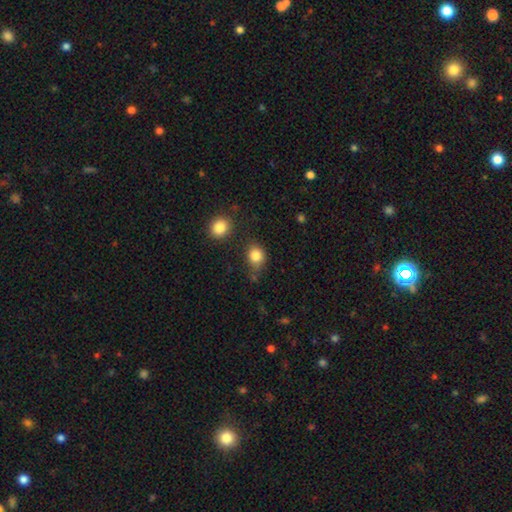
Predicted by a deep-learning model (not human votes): A smooth galaxy with no disk features (83%) that is round (57%). Merging: none (65%).